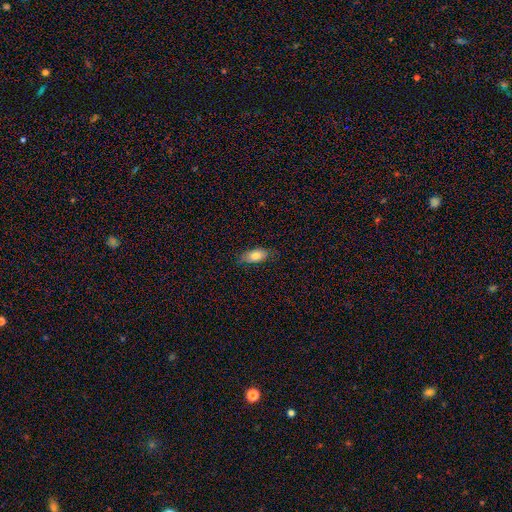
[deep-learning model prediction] Overall: smooth (78%). How rounded: in between (89%). Merging: none (77%).